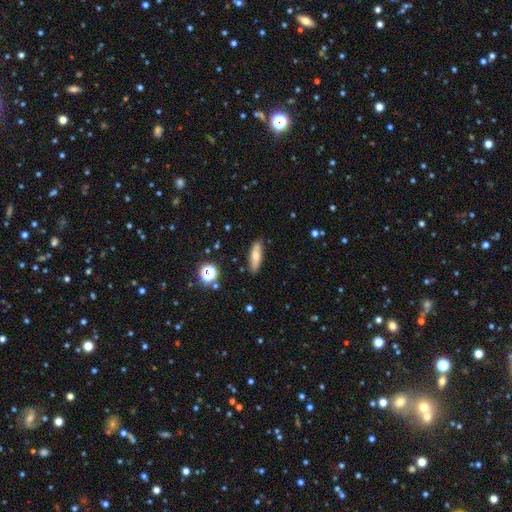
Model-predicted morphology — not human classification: Smooth or featured?
  - smooth: 69% *
  - featured or disk: 22%
  - star or artifact: 9%
How rounded?
  - cigar-shaped: 51% *
  - in between: 46%
  - round: 3%
Merging?
  - none: 83% *
  - minor disturbance: 13%
  - major disturbance: 2%
  - merger: 2%